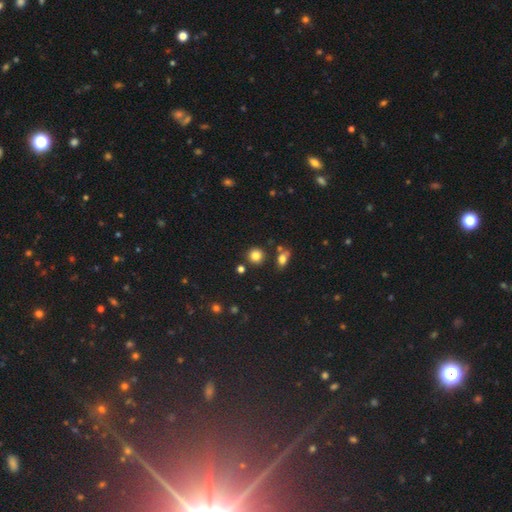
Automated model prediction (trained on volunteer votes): Q: Smooth or featured?
A: smooth (81%); runner-up: star or artifact (12%)
Q: How rounded?
A: round (89%); runner-up: in between (10%)
Q: Merging?
A: none (82%); runner-up: minor disturbance (8%)